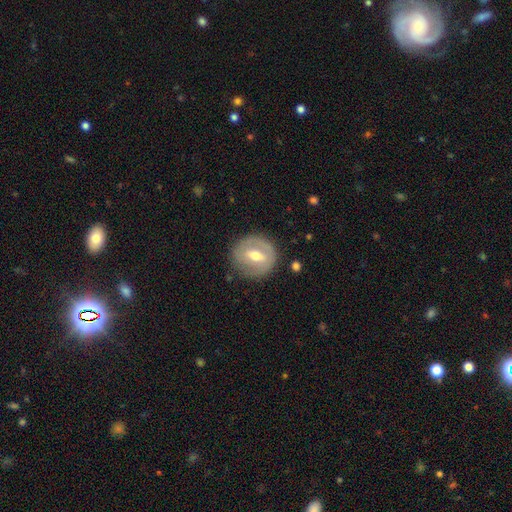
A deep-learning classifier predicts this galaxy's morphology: smooth_or_featured: featured or disk (p=0.52) [alt: smooth p=0.42]
disk_edge_on: no (p=0.92) [alt: yes p=0.08]
merging: none (p=0.80) [alt: minor disturbance p=0.13]